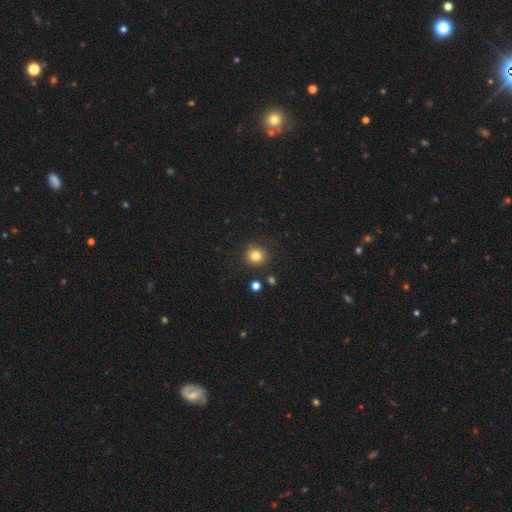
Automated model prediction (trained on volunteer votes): A smooth galaxy with no disk features (82%) that is round (90%).

Vote fractions:
- Smooth or featured? smooth: 82% / star or artifact: 12% / featured or disk: 7%
- How rounded? round: 90% / in between: 9% / cigar-shaped: 1%
- Merging? none: 87% / minor disturbance: 8% / merger: 3% / major disturbance: 3%